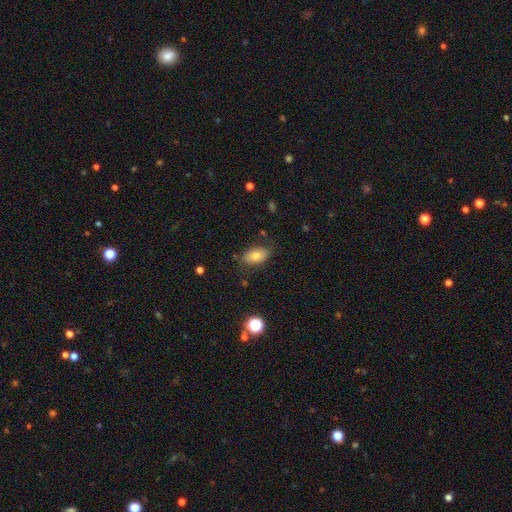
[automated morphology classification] Q: Smooth or featured?
A: smooth (75%); runner-up: featured or disk (16%)
Q: How rounded?
A: in between (90%); runner-up: round (6%)
Q: Merging?
A: none (77%); runner-up: minor disturbance (16%)